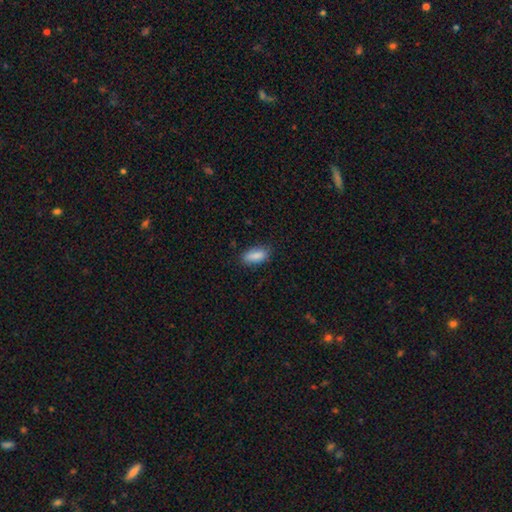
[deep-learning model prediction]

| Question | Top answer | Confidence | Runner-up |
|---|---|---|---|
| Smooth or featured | smooth | 87% | star or artifact (7%) |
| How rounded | in between | 86% | cigar-shaped (11%) |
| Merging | none | 82% | minor disturbance (14%) |